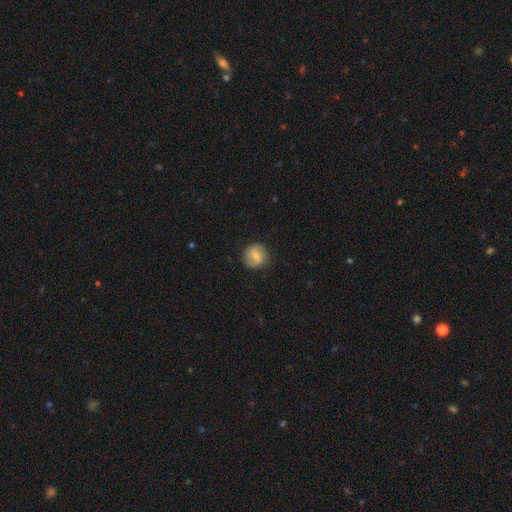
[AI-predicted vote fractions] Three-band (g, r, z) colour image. It shows a smooth galaxy with no disk features (63%) that is round (89%). Merging: none (83%).